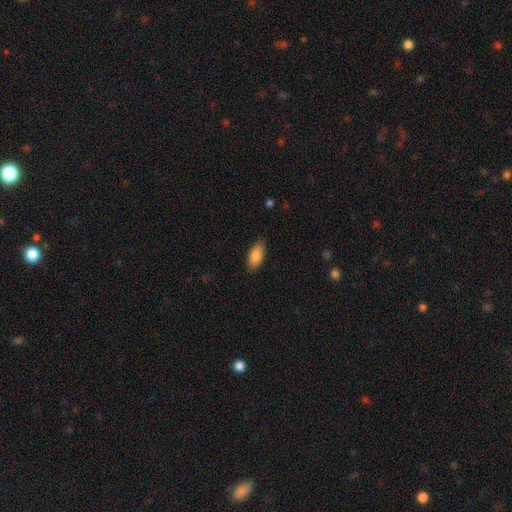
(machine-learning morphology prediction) Smooth or featured?
  - smooth: 84% *
  - featured or disk: 9%
  - star or artifact: 6%
How rounded?
  - in between: 86% *
  - cigar-shaped: 12%
  - round: 2%
Merging?
  - none: 86% *
  - minor disturbance: 11%
  - major disturbance: 2%
  - merger: 1%